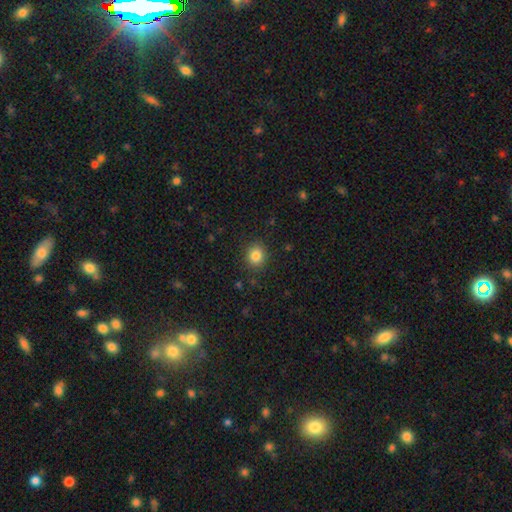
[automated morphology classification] This is clearly a smooth galaxy (84%). How rounded: clearly round (81%). Merging: clearly none (89%).